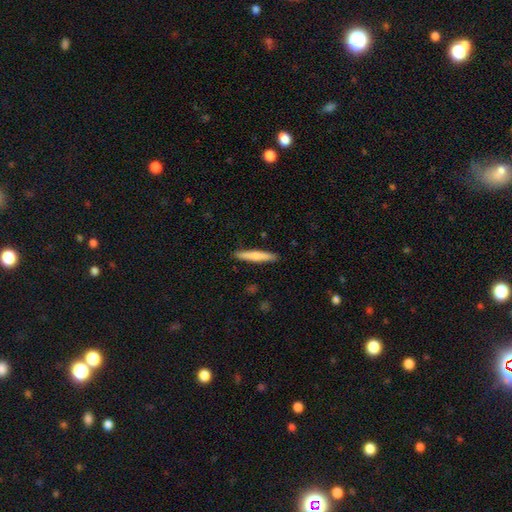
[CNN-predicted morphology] type=smooth (73%); roundness=cigar-shaped (93%); merging=none (89%).